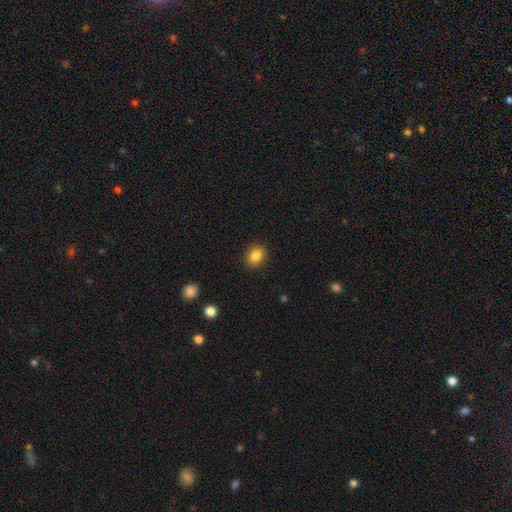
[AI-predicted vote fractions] smooth 86%, star or artifact 9%, featured or disk 5%. Down the decision tree: how rounded — in between (54%); merging — none (89%).